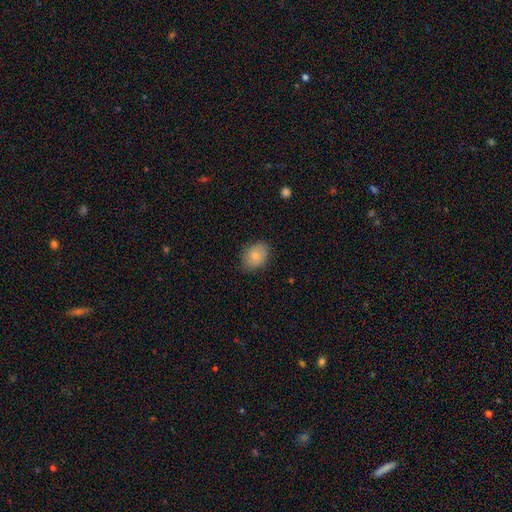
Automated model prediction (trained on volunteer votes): Smooth or featured? Predicted: smooth (p=0.77). How rounded? Predicted: in between (p=0.65). Merging? Predicted: none (p=0.79).